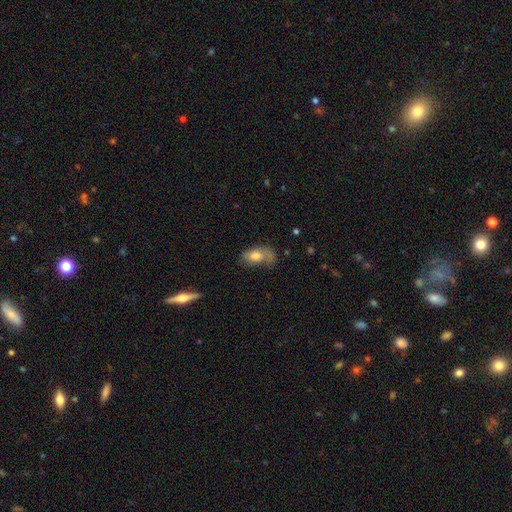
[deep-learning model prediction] Morphology: type=smooth (66%); roundness=in between (89%); merging=none (38%).